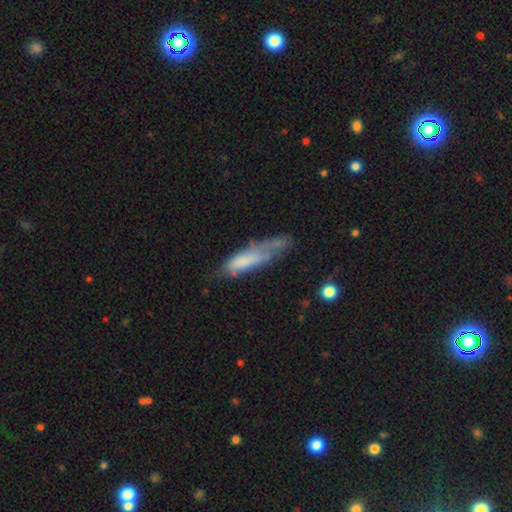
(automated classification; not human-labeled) smooth_or_featured: smooth (p=0.65) [alt: featured or disk p=0.28]
how_rounded: cigar-shaped (p=0.67) [alt: in between p=0.32]
merging: none (p=0.38) [alt: minor disturbance p=0.33]